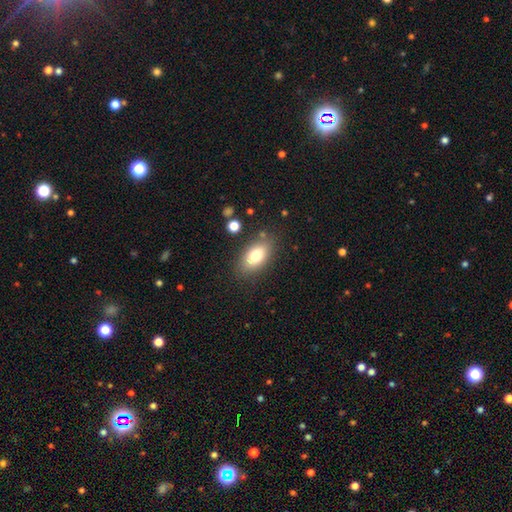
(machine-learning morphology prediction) Smooth or featured: smooth — 78% (featured or disk — 14%)
How rounded: in between — 90% (round — 6%)
Merging: none — 81% (minor disturbance — 12%)